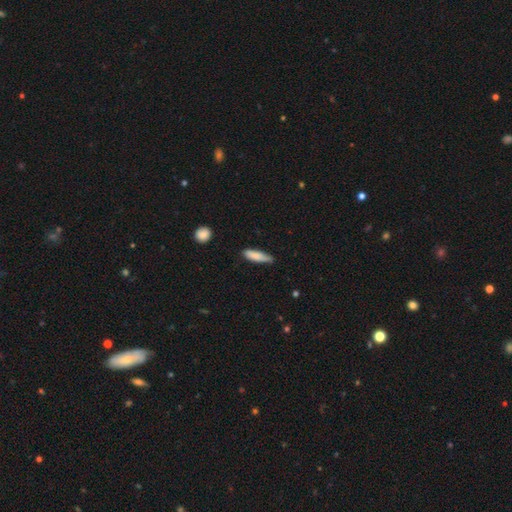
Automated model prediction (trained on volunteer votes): Smooth or featured?
  - smooth: 82% *
  - featured or disk: 12%
  - star or artifact: 6%
How rounded?
  - cigar-shaped: 67% *
  - in between: 32%
  - round: 2%
Merging?
  - none: 65% *
  - minor disturbance: 29%
  - major disturbance: 4%
  - merger: 2%